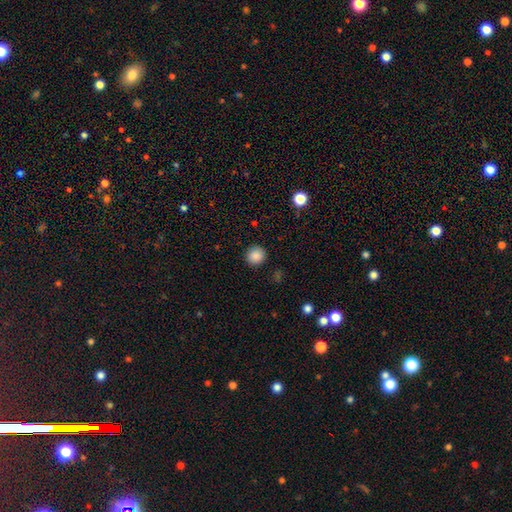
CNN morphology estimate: This is clearly a smooth galaxy (87%). How rounded: clearly round (93%). Merging: clearly none (92%).